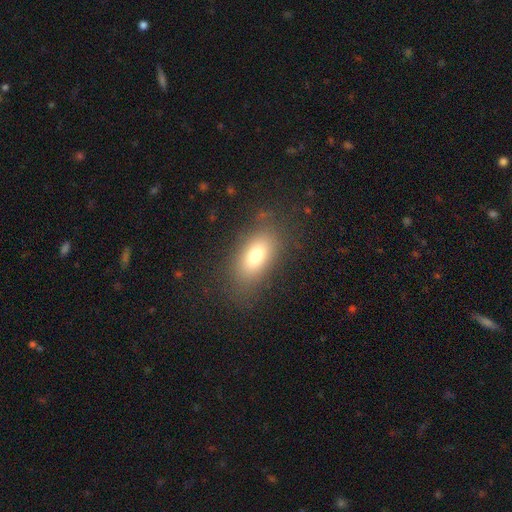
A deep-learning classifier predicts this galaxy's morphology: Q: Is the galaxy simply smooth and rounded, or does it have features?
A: smooth — 75%.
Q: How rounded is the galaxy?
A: in between — 87%.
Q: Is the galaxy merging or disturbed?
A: none — 80%.